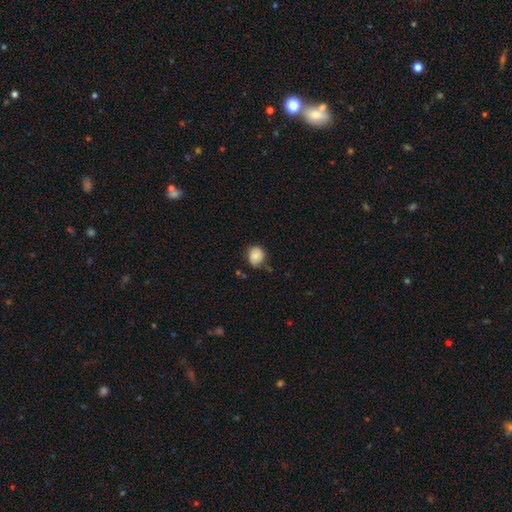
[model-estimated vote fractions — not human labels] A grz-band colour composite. It shows a smooth galaxy with no disk features (79%) that is round (70%). Merging: none (62%).